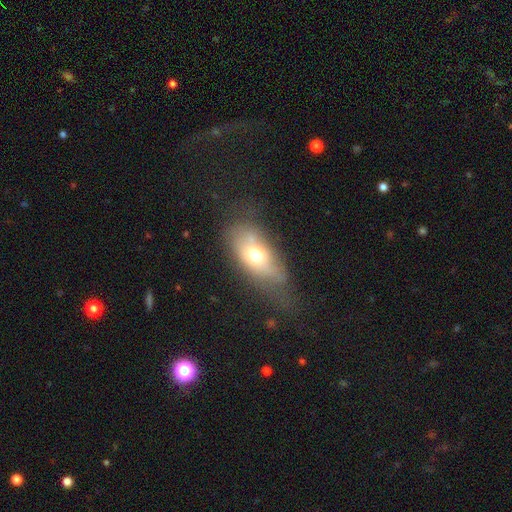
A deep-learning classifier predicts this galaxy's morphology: Smooth or featured? Predicted: smooth (p=0.60). How rounded? Predicted: in between (p=0.84). Merging? Predicted: none (p=0.42).